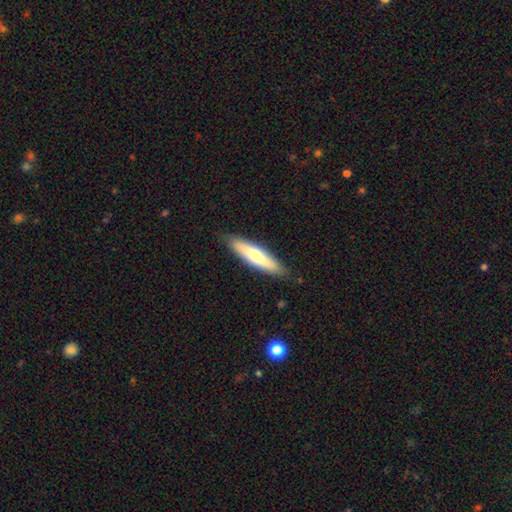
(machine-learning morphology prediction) A smooth galaxy with no disk features (68%) that is cigar-shaped (76%). Merging: none (86%).